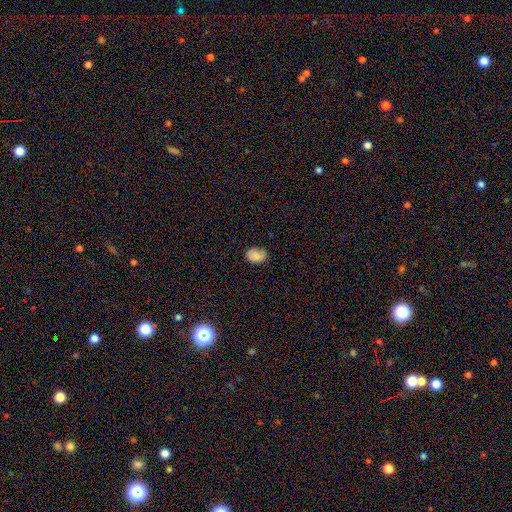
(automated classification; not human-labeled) Smooth or featured: smooth — 82% (featured or disk — 10%)
How rounded: in between — 75% (round — 24%)
Merging: none — 66% (minor disturbance — 26%)